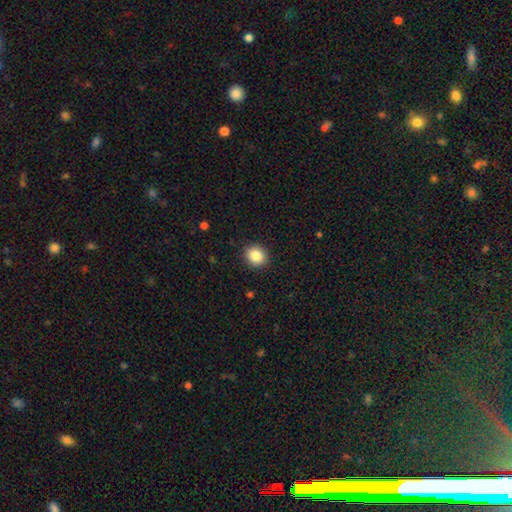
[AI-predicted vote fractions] smooth_or_featured: smooth (p=0.86) [alt: star or artifact p=0.09]
how_rounded: round (p=0.73) [alt: in between p=0.26]
merging: none (p=0.91) [alt: minor disturbance p=0.06]